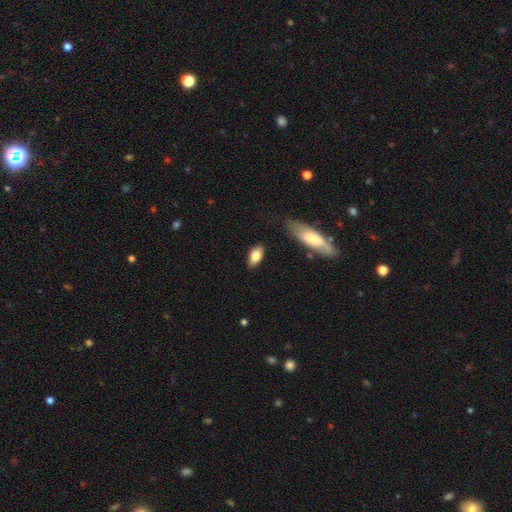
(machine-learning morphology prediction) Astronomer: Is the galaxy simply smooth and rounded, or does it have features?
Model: smooth — 75%.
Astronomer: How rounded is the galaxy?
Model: in between — 86%.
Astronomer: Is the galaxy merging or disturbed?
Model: none — 82%.